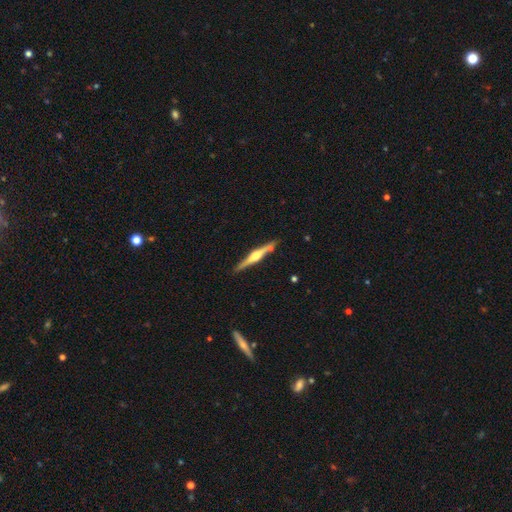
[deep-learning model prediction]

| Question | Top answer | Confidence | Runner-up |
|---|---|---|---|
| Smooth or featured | featured or disk | 76% | smooth (19%) |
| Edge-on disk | yes | 98% | no (2%) |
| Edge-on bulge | rounded | 90% | boxy (7%) |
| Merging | none | 84% | minor disturbance (10%) |